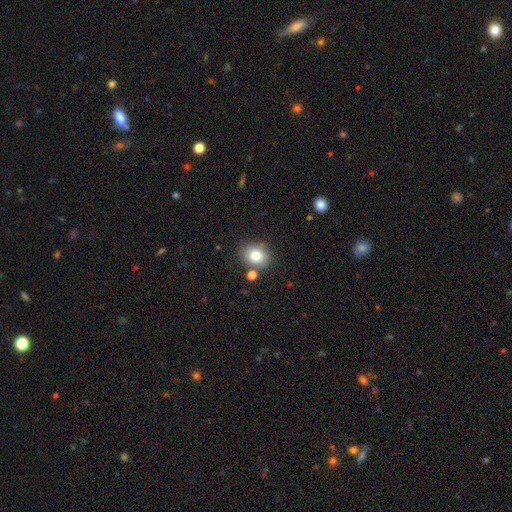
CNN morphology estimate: smooth 79%, star or artifact 11%, featured or disk 10%. Down the decision tree: how rounded — round (63%); merging — none (77%).